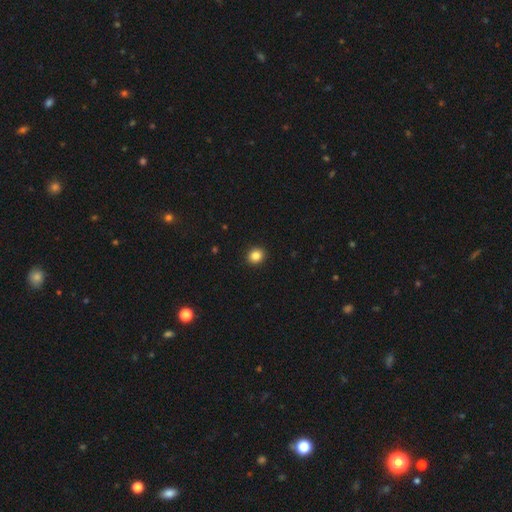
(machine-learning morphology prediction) This appears to be a smooth galaxy with no disk features (85%) that is round (79%). Merging: none (93%).